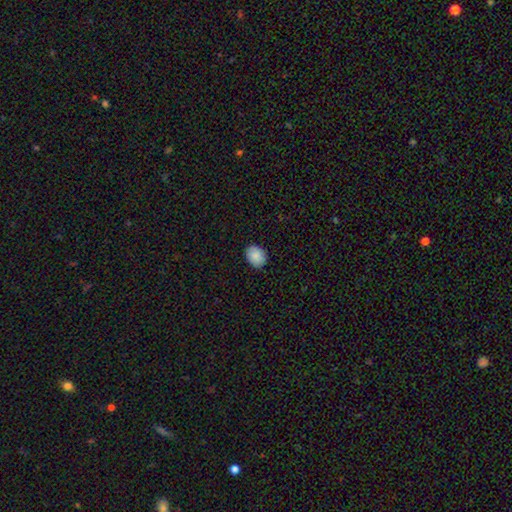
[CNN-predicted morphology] A smooth galaxy with no disk features (88%) that is in between round and cigar-shaped (57%). Merging: none (87%).